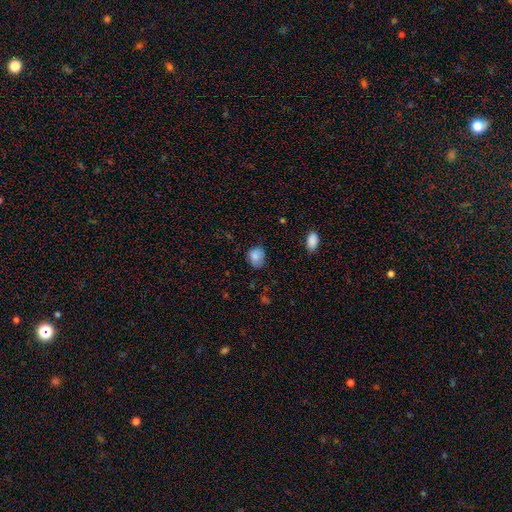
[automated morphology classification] Q: Smooth or featured?
A: smooth (83%); runner-up: featured or disk (9%)
Q: How rounded?
A: round (53%); runner-up: in between (46%)
Q: Merging?
A: none (67%); runner-up: minor disturbance (26%)